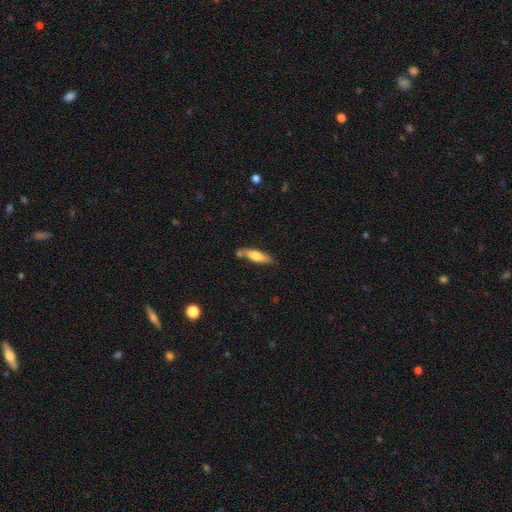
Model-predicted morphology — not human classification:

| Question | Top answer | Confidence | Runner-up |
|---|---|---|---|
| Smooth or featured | smooth | 64% | featured or disk (30%) |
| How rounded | cigar-shaped | 64% | in between (34%) |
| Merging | none | 68% | minor disturbance (17%) |